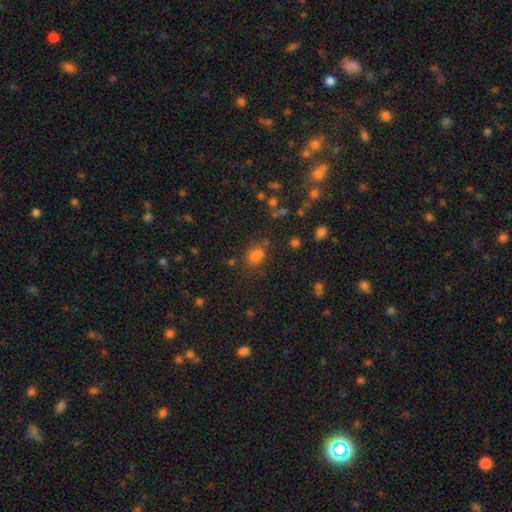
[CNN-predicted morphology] Overall: smooth (67%). How rounded: round (50%; in between 48%). Merging: none (56%; merger 24%).